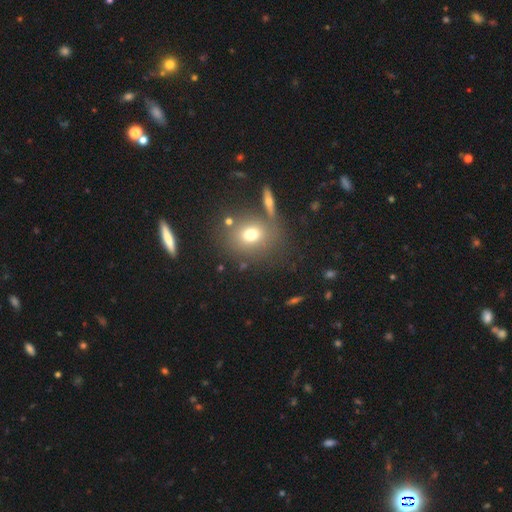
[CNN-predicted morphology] Smooth or featured: smooth — 55% (star or artifact — 30%)
How rounded: round — 64% (in between — 34%)
Merging: none — 72% (minor disturbance — 12%)